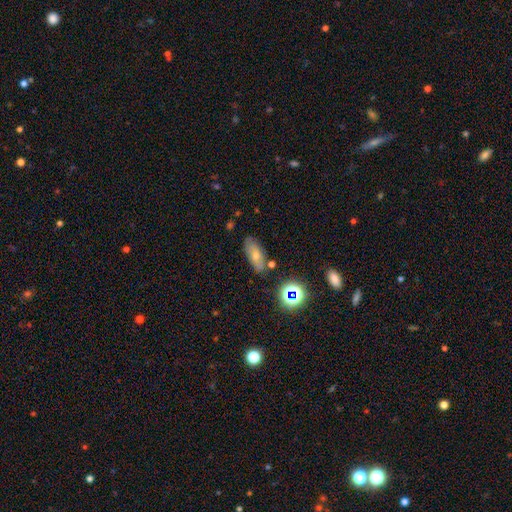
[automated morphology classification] type=smooth (60%); roundness=in between (82%); merging=none (72%).